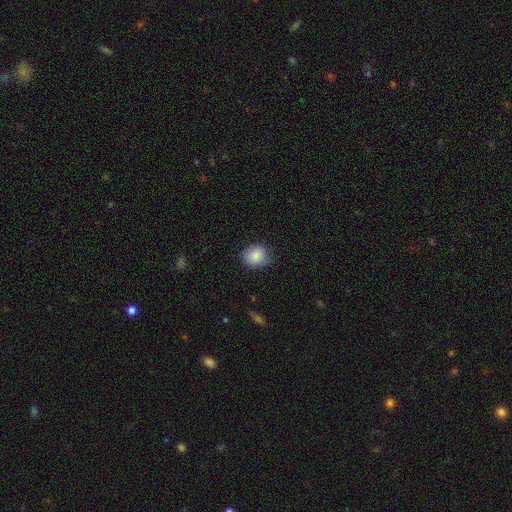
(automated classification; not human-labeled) smooth 86%, star or artifact 8%, featured or disk 6%. Down the decision tree: how rounded — round (70%); merging — none (76%).